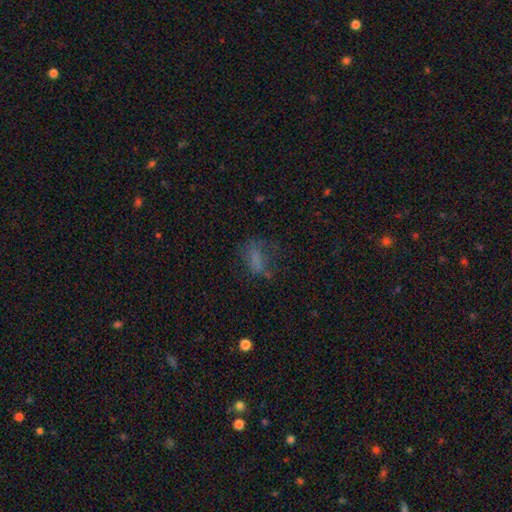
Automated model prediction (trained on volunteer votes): Q: Smooth or featured?
A: smooth (59%); runner-up: star or artifact (21%)
Q: How rounded?
A: in between (72%); runner-up: cigar-shaped (16%)
Q: Merging?
A: none (44%); runner-up: major disturbance (30%)